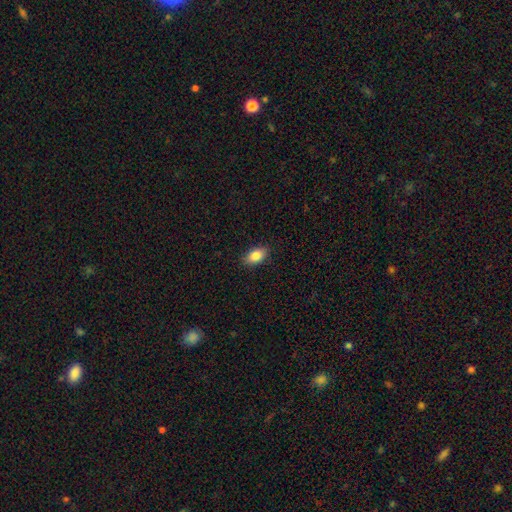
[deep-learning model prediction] Q: Smooth or featured?
A: smooth (85%); runner-up: featured or disk (8%)
Q: How rounded?
A: in between (90%); runner-up: round (8%)
Q: Merging?
A: none (88%); runner-up: minor disturbance (9%)